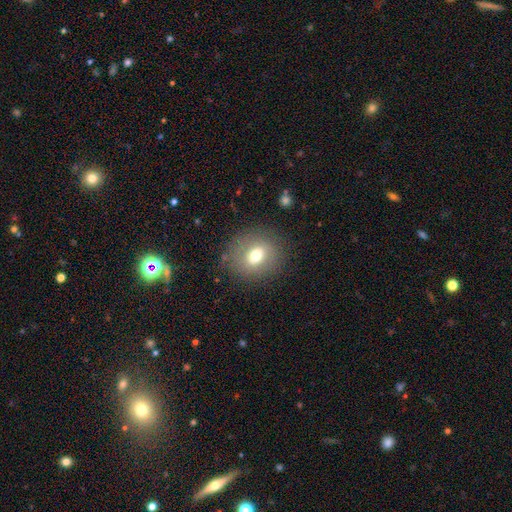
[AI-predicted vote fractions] This appears to be a smooth galaxy with no disk features (67%) that is round (70%). Merging: none (81%).